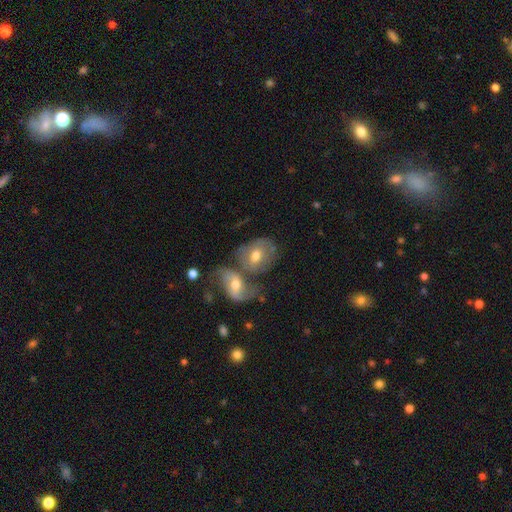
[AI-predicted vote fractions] Overall: smooth (51%; featured or disk 42%). How rounded: in between (59%; round 39%). Merging: merger (50%; none 29%).